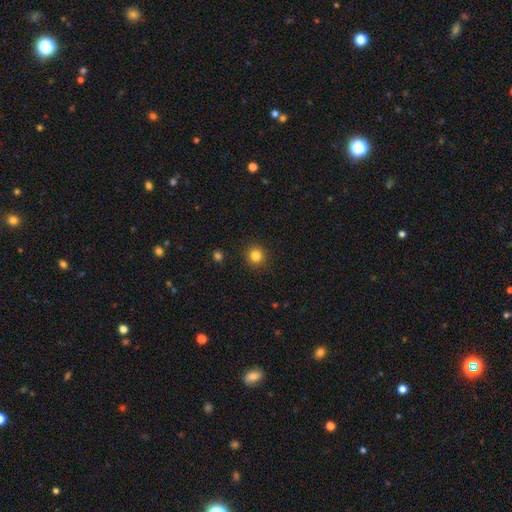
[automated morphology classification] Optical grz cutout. It shows a smooth galaxy with no disk features (83%) that is round (93%). Merging: none (91%).